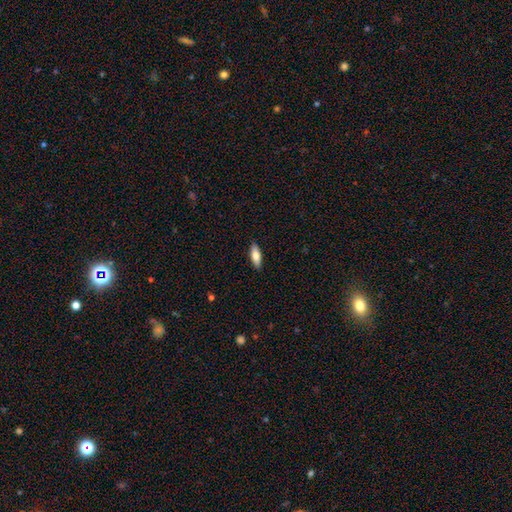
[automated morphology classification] smooth_or_featured: smooth (p=0.75) [alt: featured or disk p=0.19]
how_rounded: in between (p=0.67) [alt: cigar-shaped p=0.31]
merging: none (p=0.90) [alt: minor disturbance p=0.08]